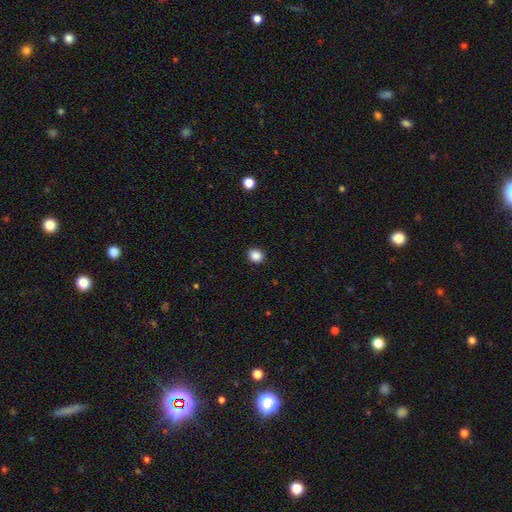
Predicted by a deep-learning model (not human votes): Morphology: type=smooth (87%); roundness=round (75%); merging=none (91%).